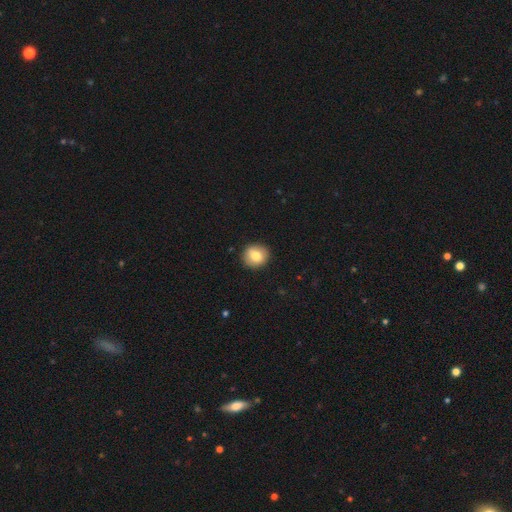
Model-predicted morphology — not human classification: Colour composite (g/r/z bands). It shows a smooth galaxy with no disk features (76%) that is round (85%). Merging: none (90%).